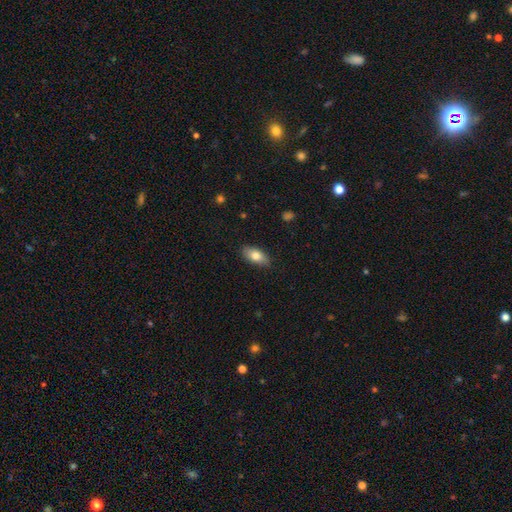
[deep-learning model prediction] The model was most divided on "smooth or featured": smooth: 79%, featured or disk: 15%, star or artifact: 7%. More confident: how rounded — in between (88%); merging — none (86%).